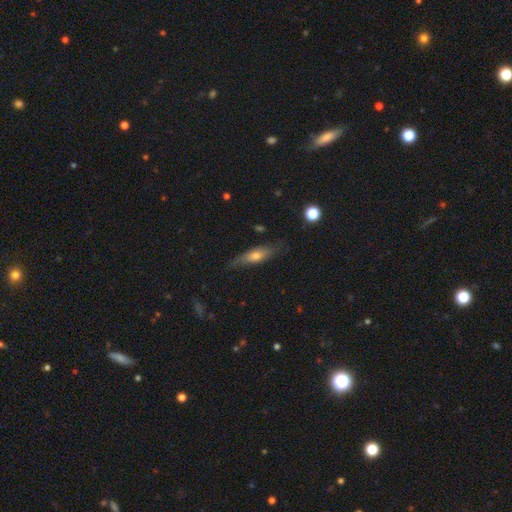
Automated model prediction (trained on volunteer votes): Morphology: type=smooth (48%); merging=none (69%).